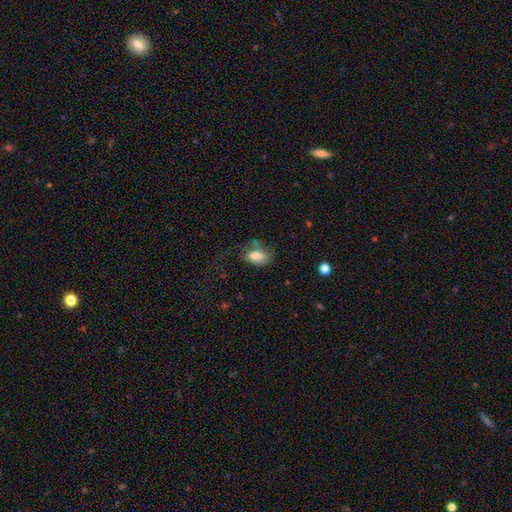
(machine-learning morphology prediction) A smooth galaxy with no disk features (75%) that is in between round and cigar-shaped (87%). Merging: major disturbance (35%).